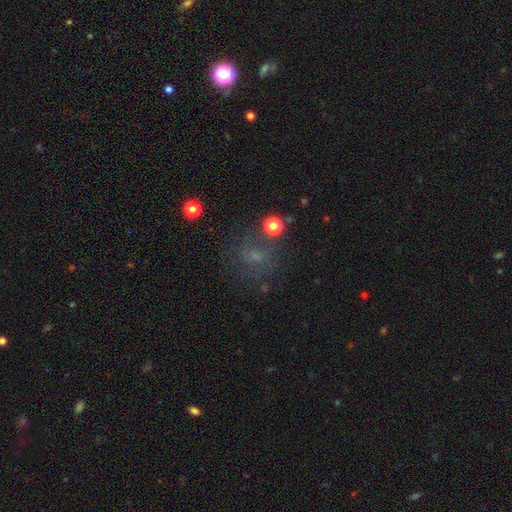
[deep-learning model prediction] Smooth or featured: smooth — 45% (star or artifact — 31%)
Merging: none — 65% (minor disturbance — 16%)